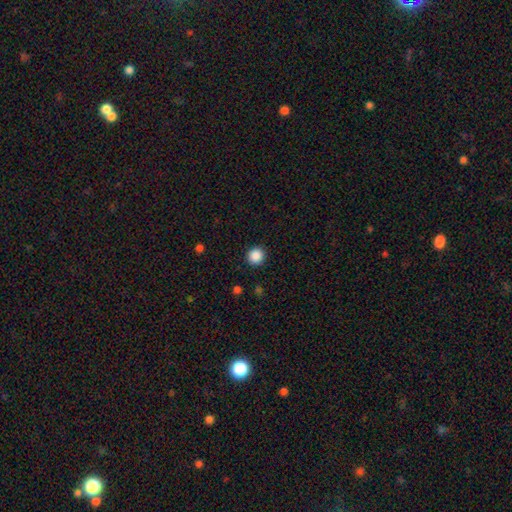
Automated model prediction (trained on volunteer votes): Q: Smooth or featured?
A: smooth (88%); runner-up: star or artifact (9%)
Q: How rounded?
A: round (92%); runner-up: in between (7%)
Q: Merging?
A: none (91%); runner-up: minor disturbance (6%)